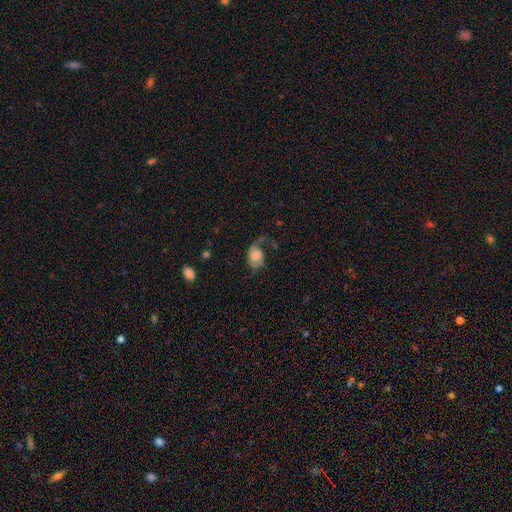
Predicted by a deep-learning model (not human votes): smooth-or-featured: smooth: 56% | featured or disk: 36% | star or artifact: 8%
  how-rounded: in between: 74% | round: 25% | cigar-shaped: 1%
  merging: major disturbance: 42% | none: 31% | minor disturbance: 24% | merger: 4%